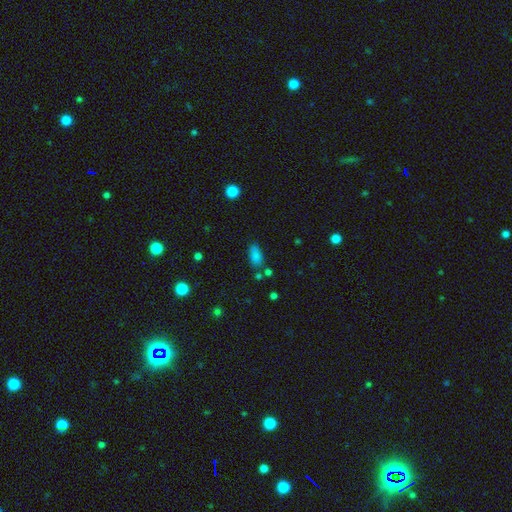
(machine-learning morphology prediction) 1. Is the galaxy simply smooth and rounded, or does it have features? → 81% smooth, 13% star or artifact, 6% featured or disk.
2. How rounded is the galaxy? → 87% in between, 8% cigar-shaped, 5% round.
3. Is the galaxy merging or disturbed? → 67% none, 18% minor disturbance, 9% merger, 5% major disturbance.